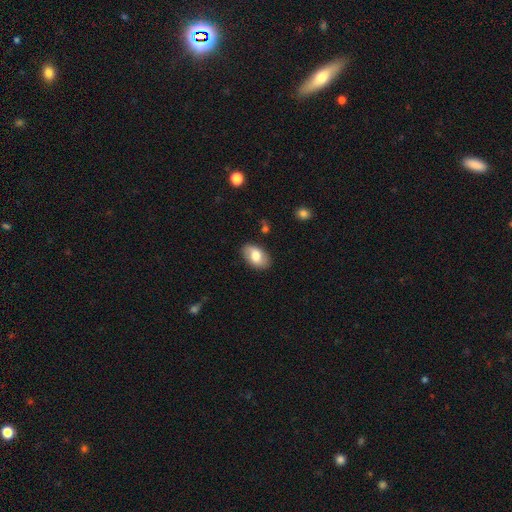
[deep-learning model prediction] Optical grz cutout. It shows a smooth galaxy with no disk features (73%) that is in between round and cigar-shaped (92%). Merging: none (84%).